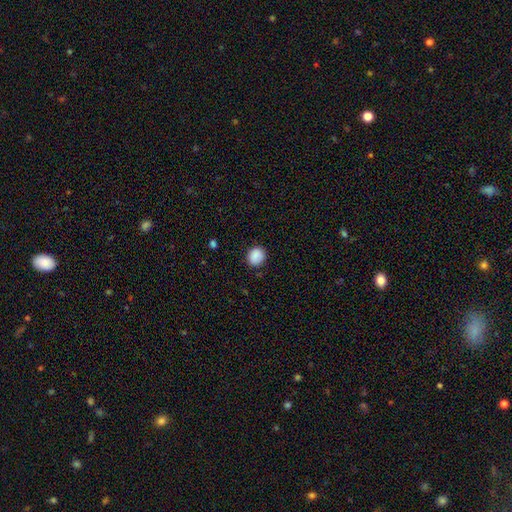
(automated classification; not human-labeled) Overall: smooth (88%). How rounded: round (72%). Merging: none (84%).